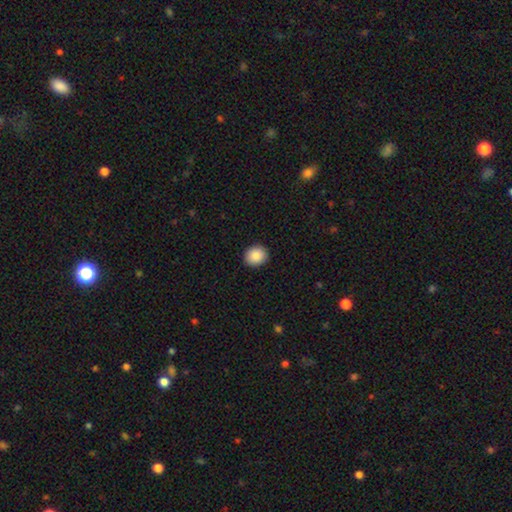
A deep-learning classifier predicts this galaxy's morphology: smooth-or-featured: smooth: 88% | star or artifact: 8% | featured or disk: 4%
  how-rounded: round: 69% | in between: 30% | cigar-shaped: 1%
  merging: none: 91% | minor disturbance: 6% | major disturbance: 2% | merger: 1%